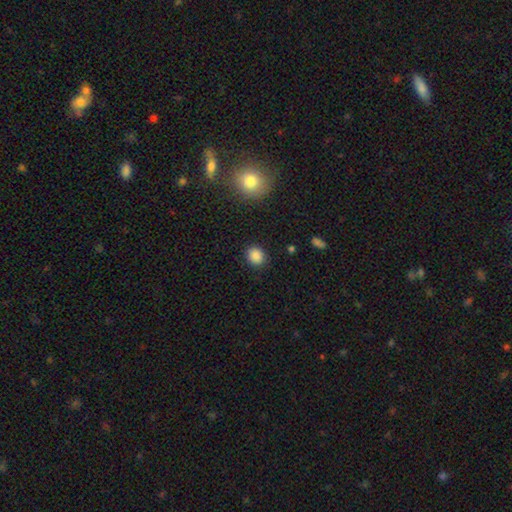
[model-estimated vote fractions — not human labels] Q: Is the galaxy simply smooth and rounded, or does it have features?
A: smooth — 87%.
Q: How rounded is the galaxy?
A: round — 74%.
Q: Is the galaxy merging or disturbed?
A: none — 88%.